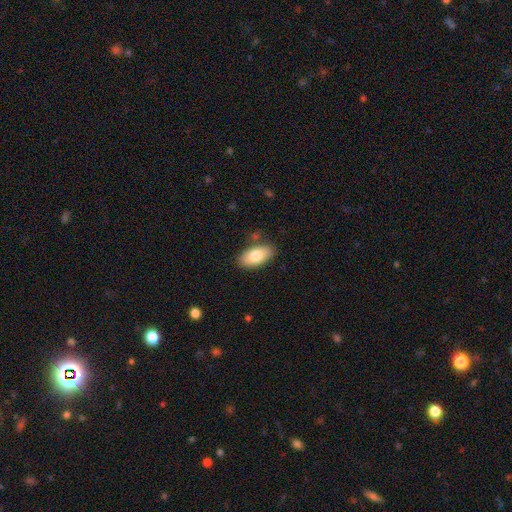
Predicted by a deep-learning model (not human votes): Smooth or featured? smooth (79%)
How rounded? in between (93%)
Merging? none (82%)